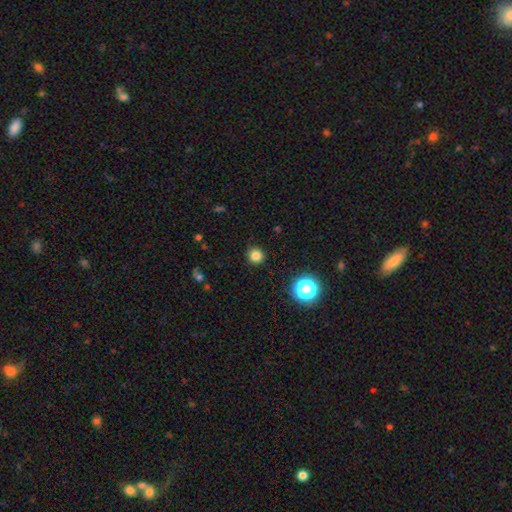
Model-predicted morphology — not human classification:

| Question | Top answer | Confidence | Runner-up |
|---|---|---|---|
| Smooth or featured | smooth | 82% | star or artifact (14%) |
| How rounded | round | 94% | in between (5%) |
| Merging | none | 92% | minor disturbance (5%) |